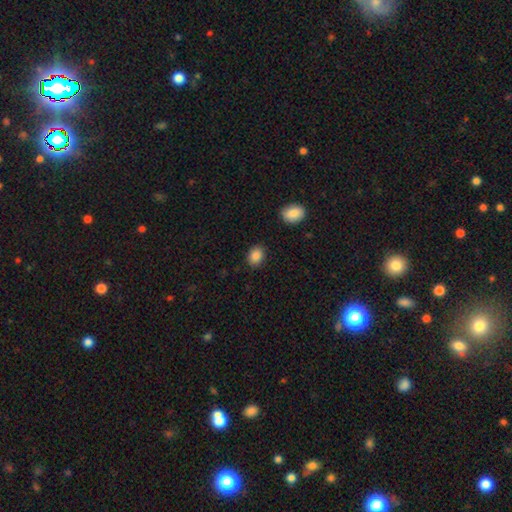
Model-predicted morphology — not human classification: smooth-or-featured: smooth: 88% | star or artifact: 9% | featured or disk: 4%
  how-rounded: in between: 59% | round: 40% | cigar-shaped: 1%
  merging: none: 86% | minor disturbance: 10% | major disturbance: 2% | merger: 2%